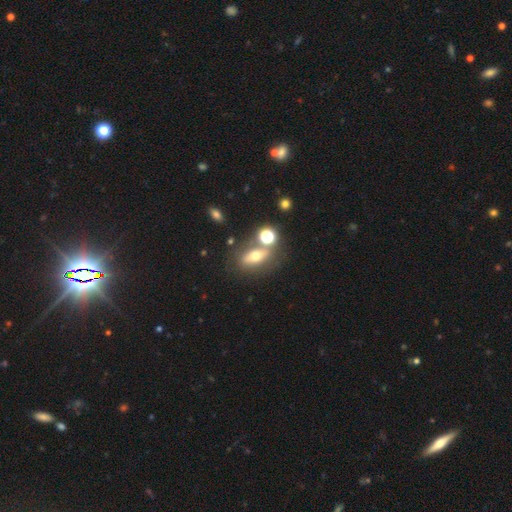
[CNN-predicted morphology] A smooth galaxy with no disk features (53%) that is in between round and cigar-shaped (63%). Merging: none (63%).